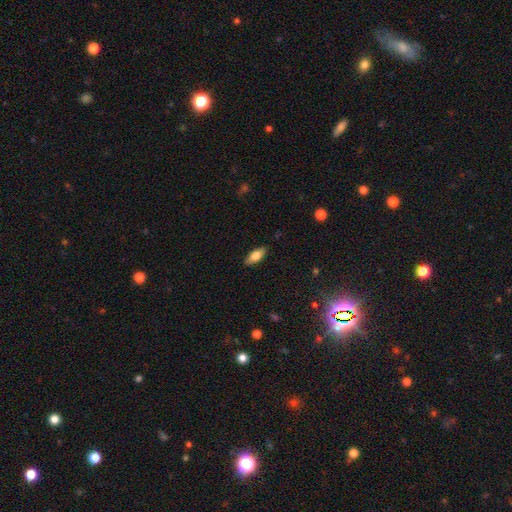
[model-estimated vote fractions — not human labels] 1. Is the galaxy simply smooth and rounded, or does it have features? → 74% smooth, 19% featured or disk, 7% star or artifact.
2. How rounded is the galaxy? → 78% in between, 20% cigar-shaped, 2% round.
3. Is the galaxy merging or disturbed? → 87% none, 10% minor disturbance, 2% major disturbance, 1% merger.